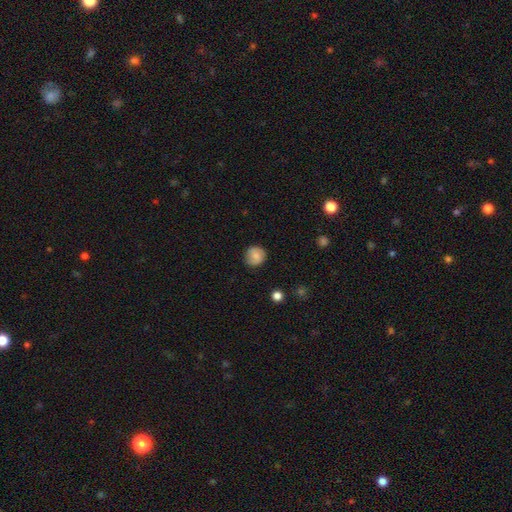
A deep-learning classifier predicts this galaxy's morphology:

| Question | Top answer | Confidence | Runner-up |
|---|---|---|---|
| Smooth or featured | smooth | 77% | featured or disk (15%) |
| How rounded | round | 88% | in between (11%) |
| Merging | none | 81% | minor disturbance (15%) |